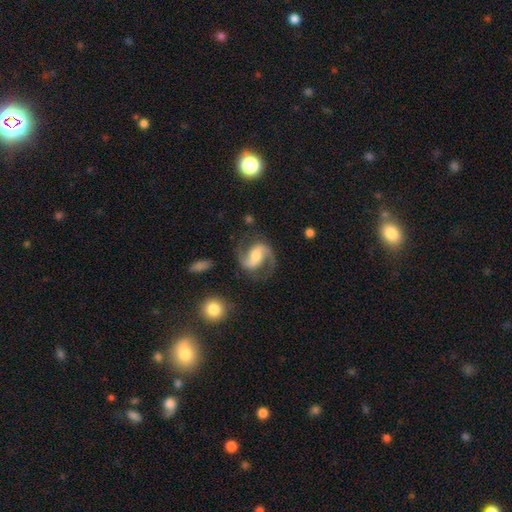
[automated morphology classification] A featured or disk galaxy (90%) with a weak bar (40%), 2 (94%) medium (56%) spiral arms (98%) and a moderate central bulge (52%). Merging: none (79%).